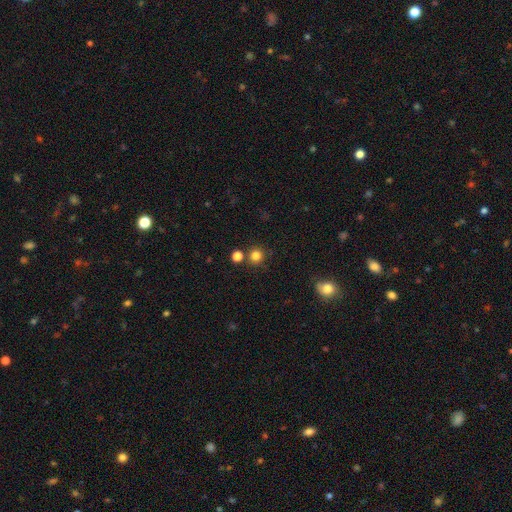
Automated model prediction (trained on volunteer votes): This appears to be a smooth galaxy with no disk features (81%) that is round (93%). Merging: none (80%).